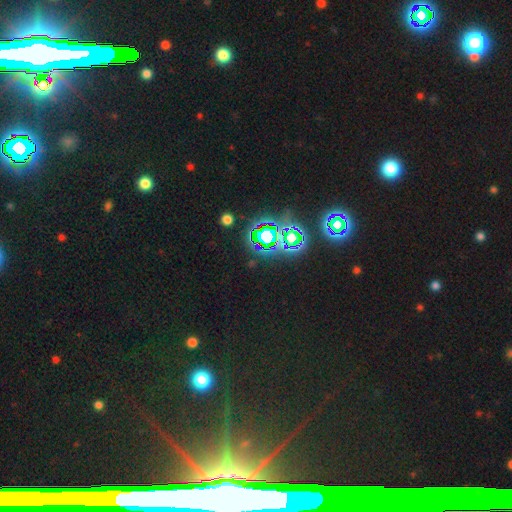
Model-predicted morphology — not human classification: smooth_or_featured: star or artifact (p=0.74) [alt: featured or disk p=0.14]